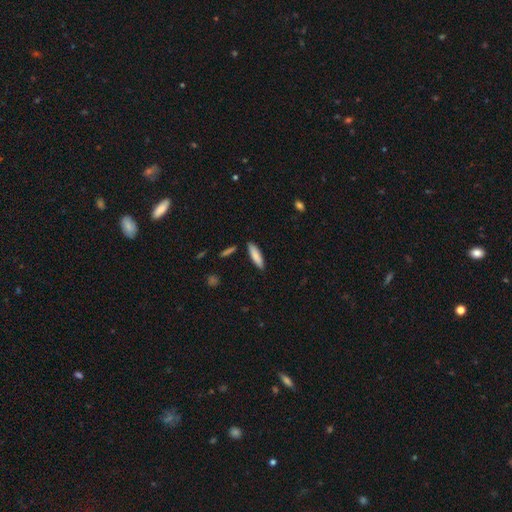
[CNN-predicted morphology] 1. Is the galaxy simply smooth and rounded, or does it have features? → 84% smooth, 10% featured or disk, 6% star or artifact.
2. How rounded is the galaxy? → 67% cigar-shaped, 32% in between, 1% round.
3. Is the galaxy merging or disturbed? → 87% none, 9% minor disturbance, 3% merger, 2% major disturbance.